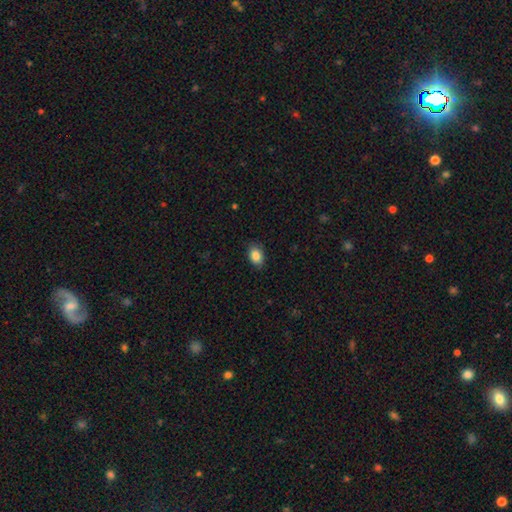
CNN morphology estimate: Q: Smooth or featured?
A: smooth (86%); runner-up: star or artifact (8%)
Q: How rounded?
A: in between (80%); runner-up: round (19%)
Q: Merging?
A: none (85%); runner-up: minor disturbance (11%)